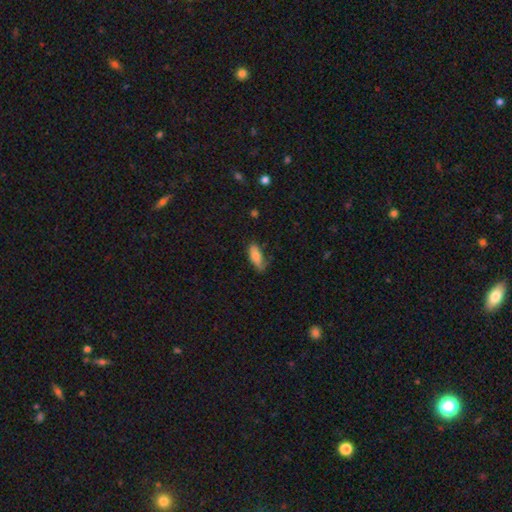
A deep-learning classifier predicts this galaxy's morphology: A smooth galaxy with no disk features (76%) that is in between round and cigar-shaped (71%).

Vote fractions:
- Smooth or featured? smooth: 76% / featured or disk: 17% / star or artifact: 7%
- How rounded? in between: 71% / cigar-shaped: 26% / round: 2%
- Merging? none: 70% / minor disturbance: 24% / major disturbance: 4% / merger: 2%